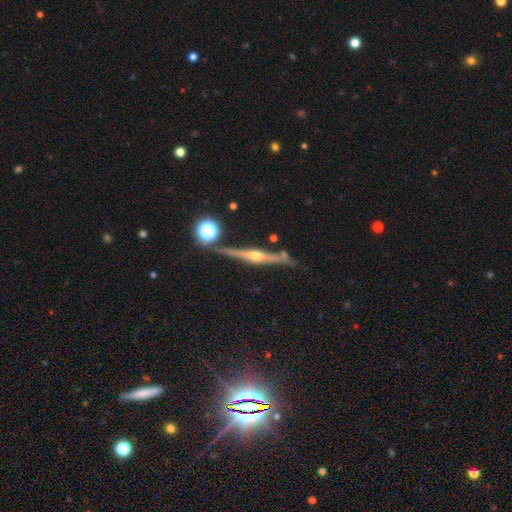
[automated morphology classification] Smooth or featured? Predicted: featured or disk (p=0.81). Edge-on disk? Predicted: yes (p=0.97). Edge-on bulge? Predicted: rounded (p=0.90). Merging? Predicted: none (p=0.80).